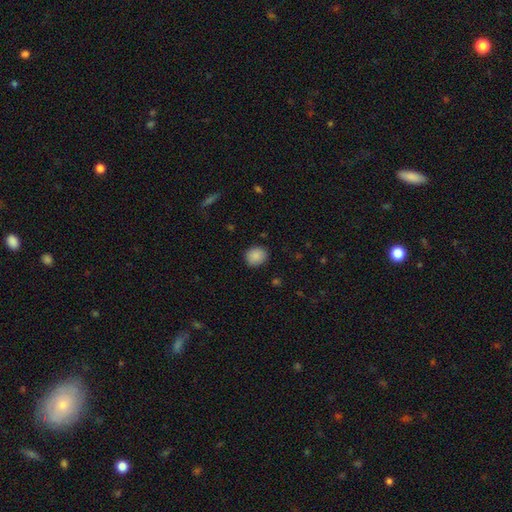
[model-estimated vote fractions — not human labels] This is clearly a smooth galaxy (88%). How rounded: likely round (74%). Merging: clearly none (87%).